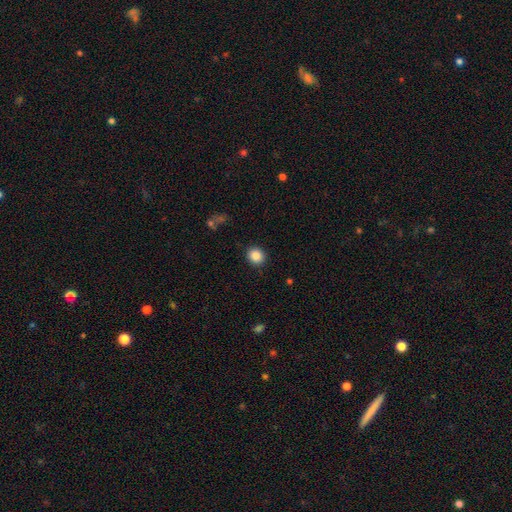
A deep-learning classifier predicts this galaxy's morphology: Q: Smooth or featured?
A: smooth (86%); runner-up: star or artifact (10%)
Q: How rounded?
A: round (82%); runner-up: in between (17%)
Q: Merging?
A: none (90%); runner-up: minor disturbance (6%)